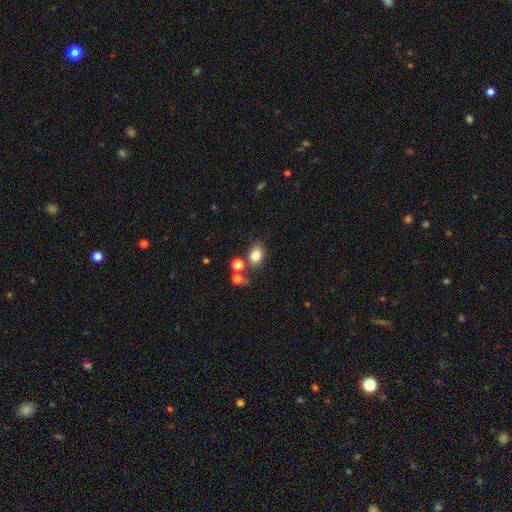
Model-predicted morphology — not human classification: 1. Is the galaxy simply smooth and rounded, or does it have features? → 80% smooth, 11% star or artifact, 9% featured or disk.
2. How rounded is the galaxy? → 70% in between, 29% round, 1% cigar-shaped.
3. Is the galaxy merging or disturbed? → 68% none, 14% minor disturbance, 13% merger, 4% major disturbance.